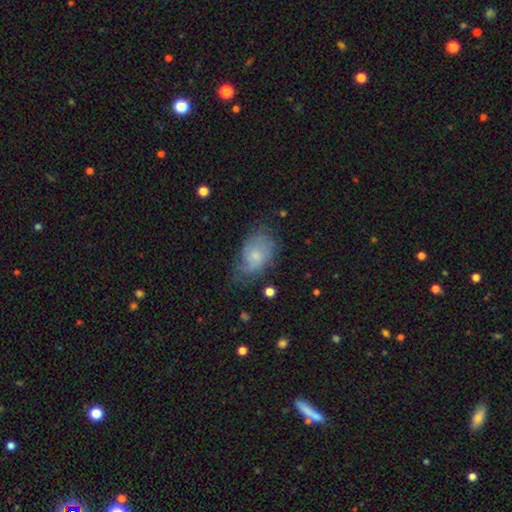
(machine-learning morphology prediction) smooth_or_featured: smooth (p=0.52) [alt: featured or disk p=0.40]
how_rounded: in between (p=0.84) [alt: round p=0.14]
merging: none (p=0.48) [alt: minor disturbance p=0.33]